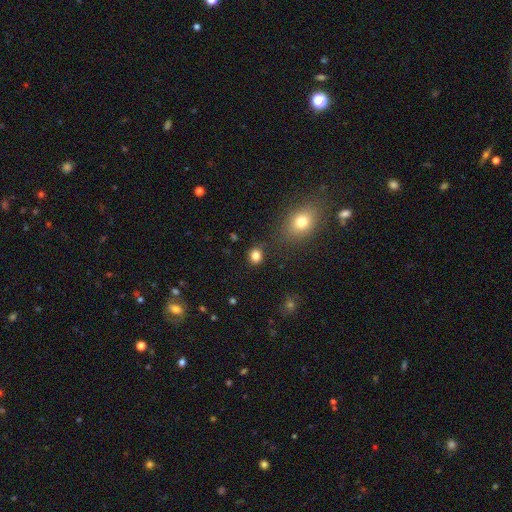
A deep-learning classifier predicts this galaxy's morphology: Smooth or featured: smooth — 82% (star or artifact — 13%)
How rounded: round — 71% (in between — 28%)
Merging: none — 81% (minor disturbance — 12%)